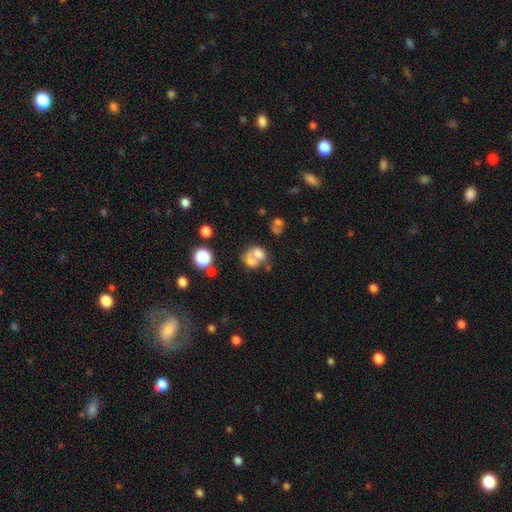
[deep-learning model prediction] Smooth or featured: smooth — 57% (featured or disk — 28%)
How rounded: round — 53% (in between — 46%)
Merging: merger — 58% (none — 24%)